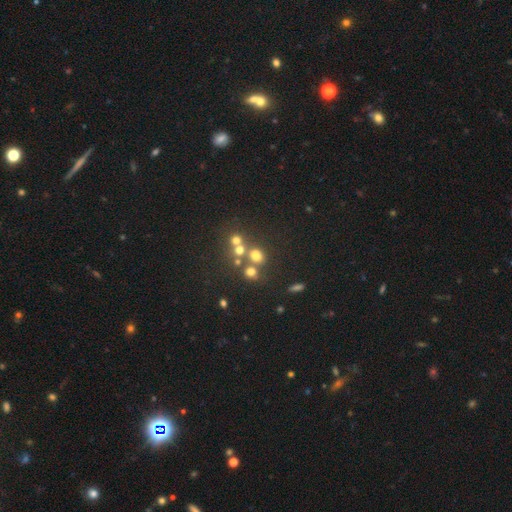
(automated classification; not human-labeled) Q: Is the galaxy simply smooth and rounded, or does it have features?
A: smooth — 64%.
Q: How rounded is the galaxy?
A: round — 73%.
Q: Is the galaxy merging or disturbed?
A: none — 54%.